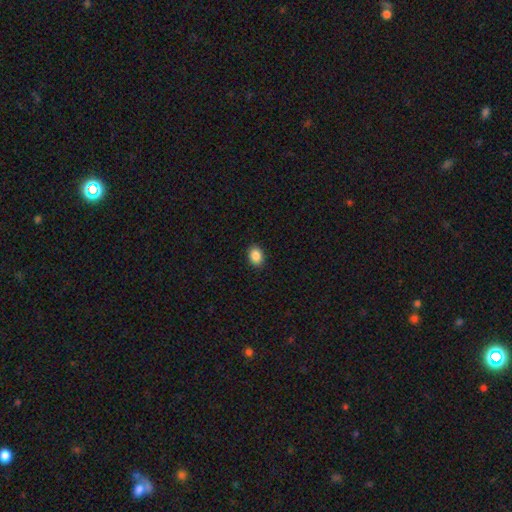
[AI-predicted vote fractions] Smooth or featured? smooth (88%)
How rounded? in between (71%)
Merging? none (90%)